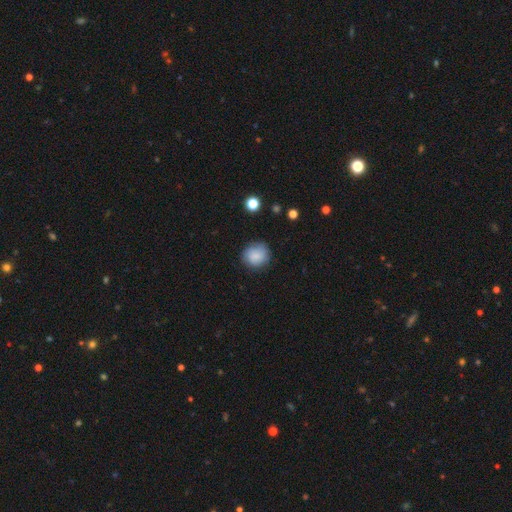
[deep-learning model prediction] The model was most divided on "merging": none: 78%, minor disturbance: 17%, major disturbance: 4%, merger: 1%. More confident: smooth or featured — smooth (84%); how rounded — round (84%).